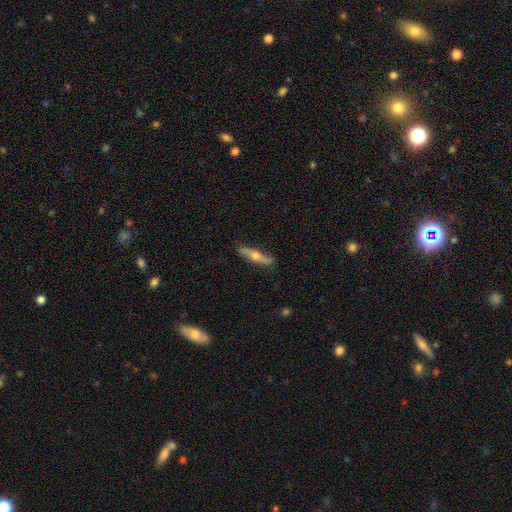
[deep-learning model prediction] featured or disk 59%, smooth 35%, star or artifact 6%. Down the decision tree: edge-on disk — yes (90%); edge-on bulge — rounded (92%); merging — none (86%).